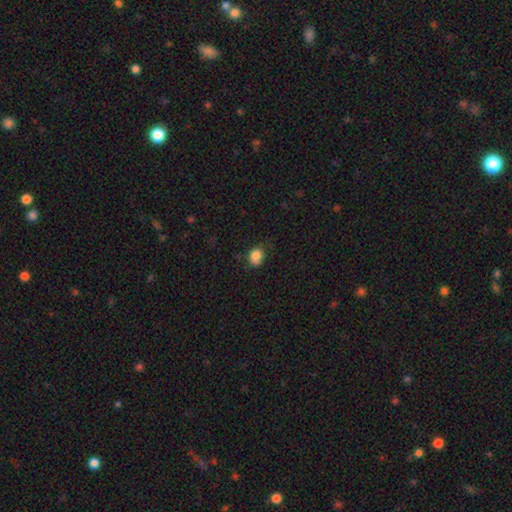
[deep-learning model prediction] Overall: smooth (84%). How rounded: round (51%; in between 48%). Merging: none (60%; minor disturbance 30%).